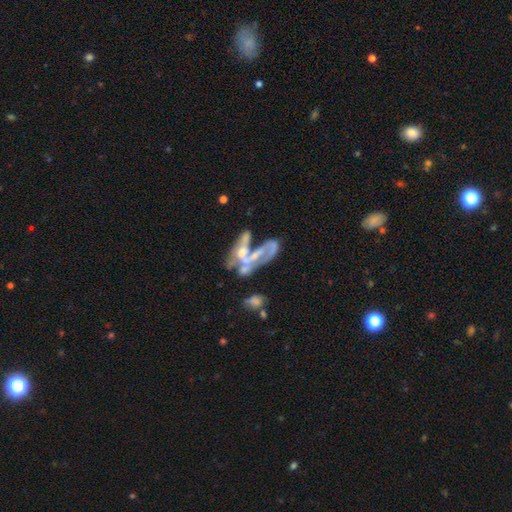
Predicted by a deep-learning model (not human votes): Smooth or featured? featured or disk (67%)
Edge-on disk? no (94%)
Bar? no (72%)
Spiral arms? no (64%)
Bulge size? none (36%)
Merging? merger (53%)